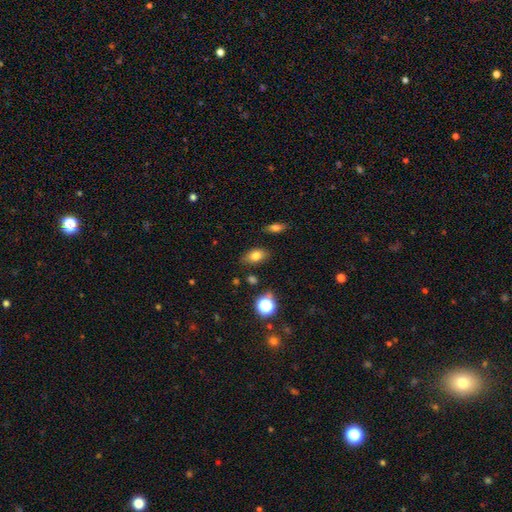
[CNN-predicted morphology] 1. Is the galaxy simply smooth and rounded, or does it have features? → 78% smooth, 12% star or artifact, 11% featured or disk.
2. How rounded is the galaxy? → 83% in between, 14% round, 3% cigar-shaped.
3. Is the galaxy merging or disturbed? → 81% none, 13% minor disturbance, 3% major disturbance, 3% merger.